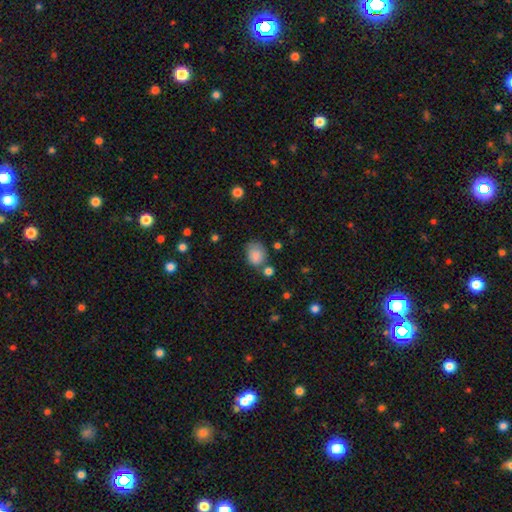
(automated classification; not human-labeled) Q: Smooth or featured?
A: smooth (85%); runner-up: star or artifact (9%)
Q: How rounded?
A: in between (50%); runner-up: round (49%)
Q: Merging?
A: none (55%); runner-up: minor disturbance (26%)